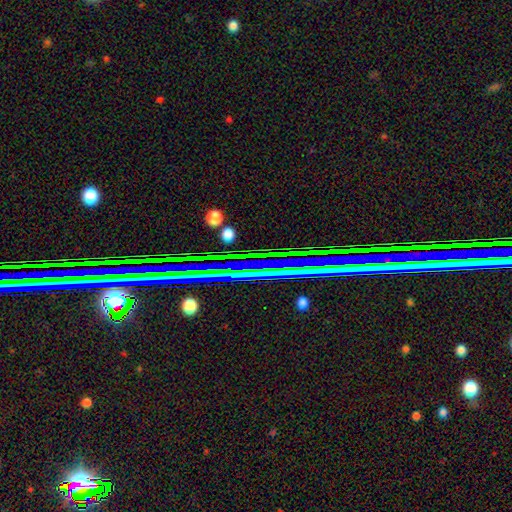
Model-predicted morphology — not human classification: Smooth or featured: star or artifact — 81% (featured or disk — 10%)